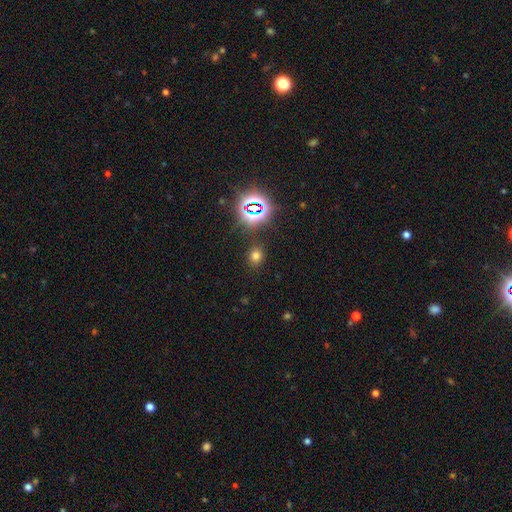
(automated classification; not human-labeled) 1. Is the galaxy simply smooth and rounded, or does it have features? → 66% smooth, 28% star or artifact, 7% featured or disk.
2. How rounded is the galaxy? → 69% round, 30% in between, 1% cigar-shaped.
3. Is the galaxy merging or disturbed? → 84% none, 9% minor disturbance, 4% major disturbance, 3% merger.